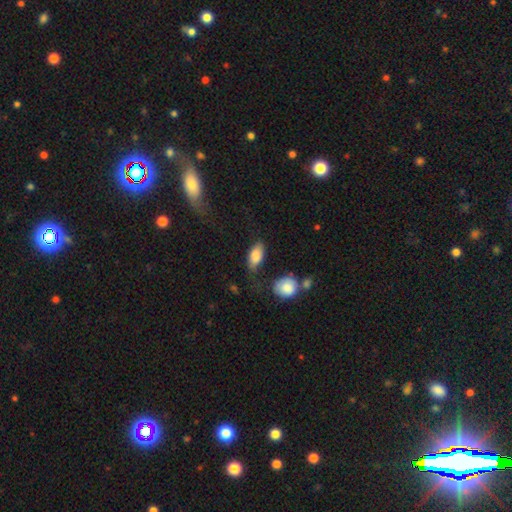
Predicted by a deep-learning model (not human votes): smooth_or_featured: smooth (p=0.83) [alt: featured or disk p=0.10]
how_rounded: in between (p=0.90) [alt: cigar-shaped p=0.06]
merging: none (p=0.62) [alt: minor disturbance p=0.24]